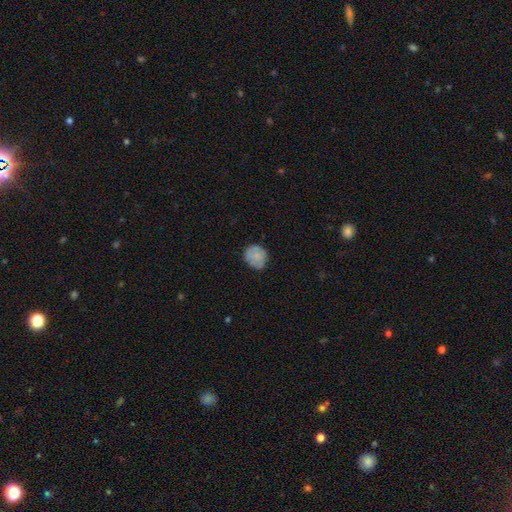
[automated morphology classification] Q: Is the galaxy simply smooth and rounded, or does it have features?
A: smooth — 77%.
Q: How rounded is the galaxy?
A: round — 79%.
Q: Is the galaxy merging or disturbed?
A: none — 75%.